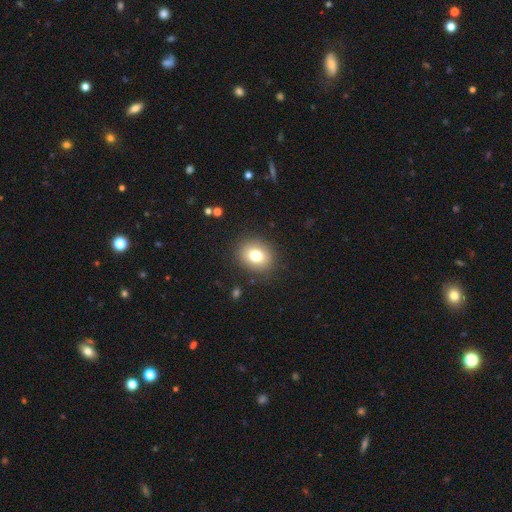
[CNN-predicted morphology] This appears to be a smooth galaxy with no disk features (78%) that is round (61%). Merging: none (88%).